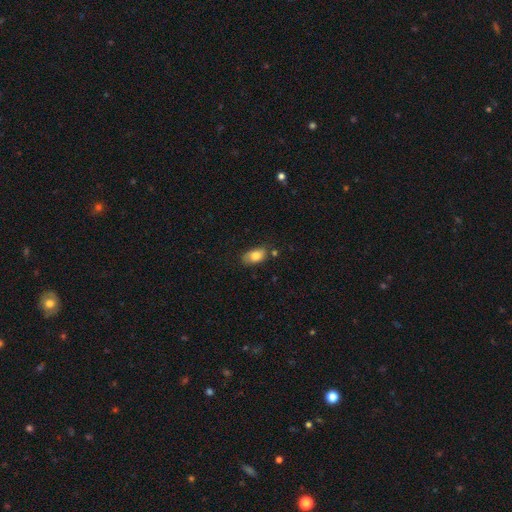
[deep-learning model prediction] A smooth galaxy with no disk features (82%) that is in between round and cigar-shaped (90%).

Vote fractions:
- Smooth or featured? smooth: 82% / featured or disk: 10% / star or artifact: 8%
- How rounded? in between: 90% / round: 7% / cigar-shaped: 3%
- Merging? none: 70% / minor disturbance: 21% / merger: 4% / major disturbance: 4%